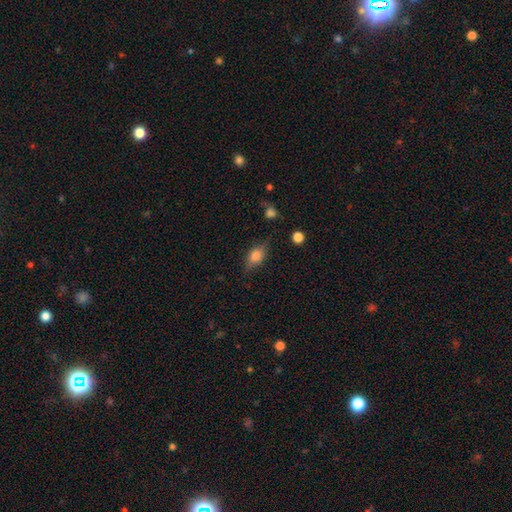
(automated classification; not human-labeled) smooth-or-featured: smooth: 62% | featured or disk: 28% | star or artifact: 10%
  how-rounded: in between: 69% | round: 22% | cigar-shaped: 9%
  merging: none: 71% | minor disturbance: 20% | major disturbance: 7% | merger: 2%